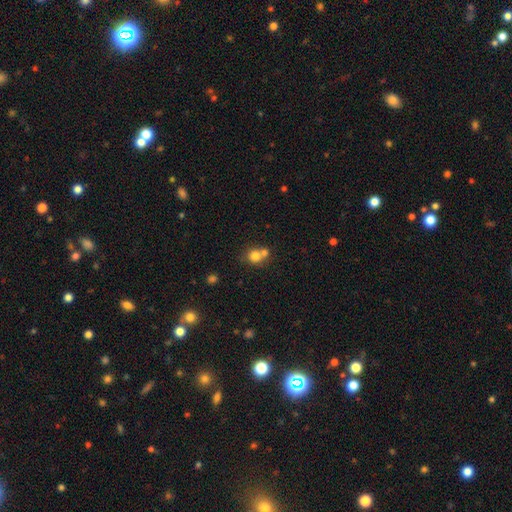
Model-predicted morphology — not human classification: Smooth or featured? smooth (78%)
How rounded? round (80%)
Merging? merger (46%)